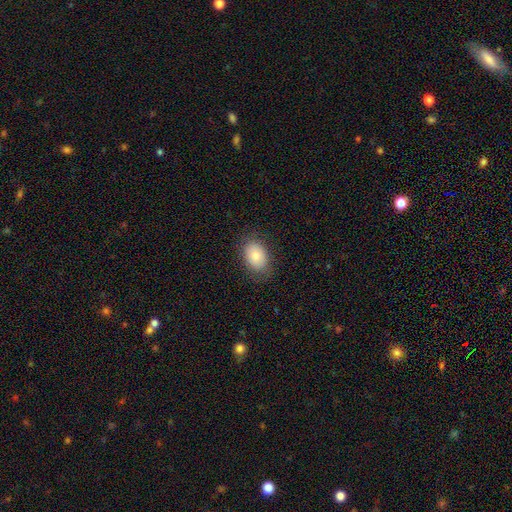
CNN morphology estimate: smooth_or_featured: smooth (p=0.82) [alt: featured or disk p=0.10]
how_rounded: in between (p=0.79) [alt: round p=0.20]
merging: none (p=0.81) [alt: minor disturbance p=0.14]